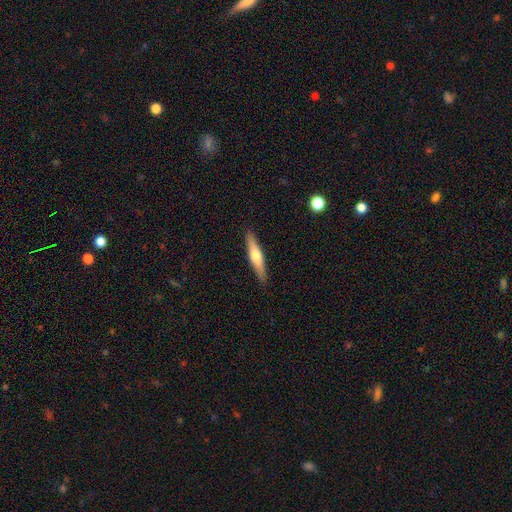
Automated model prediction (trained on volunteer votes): Overall: featured or disk (49%; smooth 45%). Merging: none (90%).